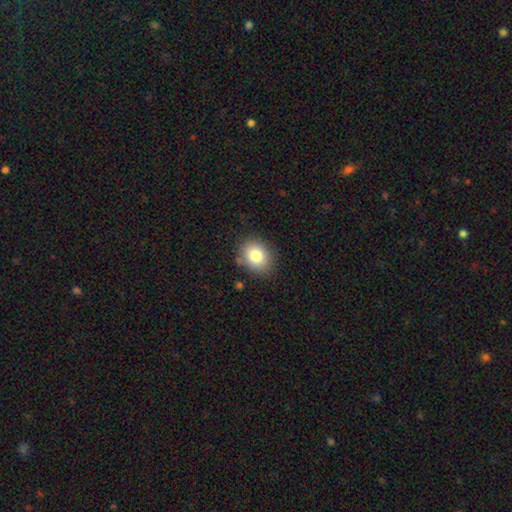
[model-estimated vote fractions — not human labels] Smooth or featured: smooth — 82% (star or artifact — 10%)
How rounded: round — 52% (in between — 47%)
Merging: none — 84% (minor disturbance — 11%)